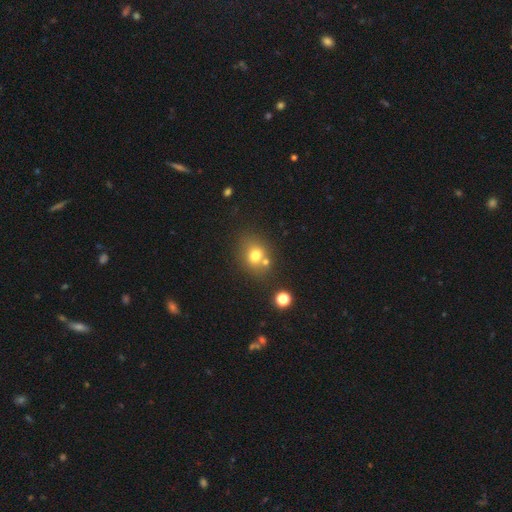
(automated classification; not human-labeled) smooth 73%, star or artifact 14%, featured or disk 13%. Down the decision tree: how rounded — round (61%); merging — none (60%).